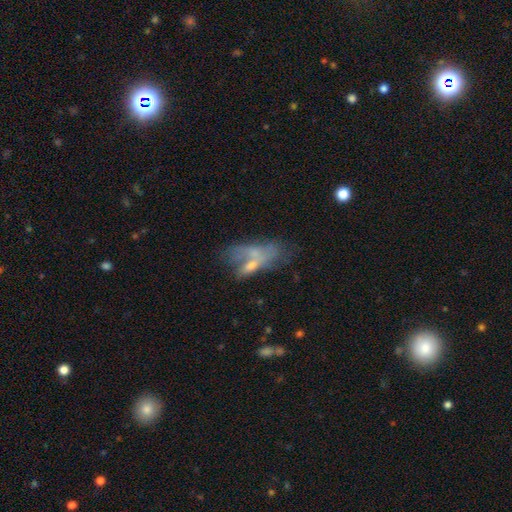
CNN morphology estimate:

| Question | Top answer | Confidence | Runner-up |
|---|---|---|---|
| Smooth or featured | featured or disk | 47% | smooth (39%) |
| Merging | none | 29% | major disturbance (28%) |